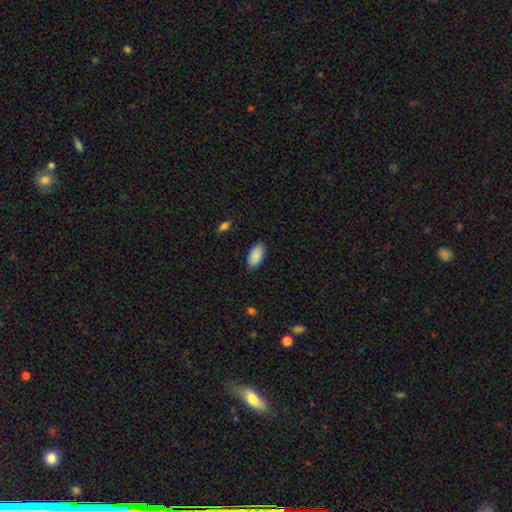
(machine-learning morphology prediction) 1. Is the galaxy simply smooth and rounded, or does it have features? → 90% smooth, 6% star or artifact, 4% featured or disk.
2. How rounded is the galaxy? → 95% in between, 3% cigar-shaped, 2% round.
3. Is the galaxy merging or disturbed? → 87% none, 9% minor disturbance, 2% major disturbance, 1% merger.